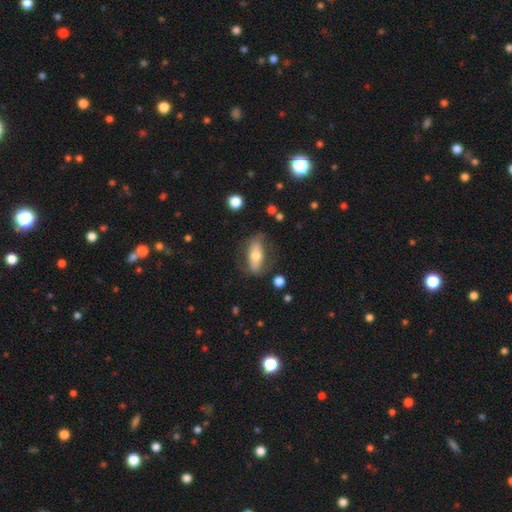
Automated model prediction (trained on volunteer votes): Smooth or featured: smooth — 50% (featured or disk — 43%)
How rounded: in between — 77% (cigar-shaped — 18%)
Merging: none — 65% (minor disturbance — 21%)